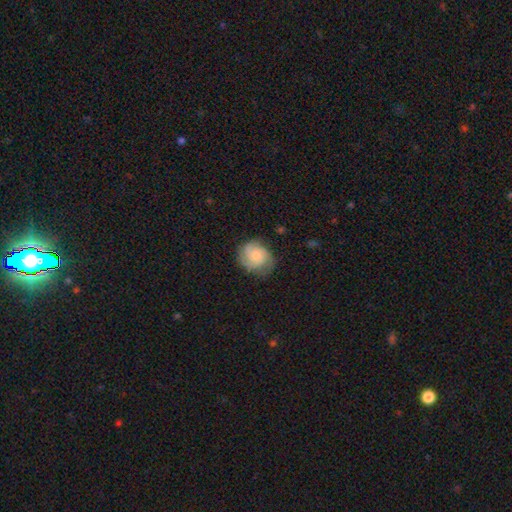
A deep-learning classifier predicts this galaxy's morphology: A featured or disk galaxy (58%) with no bar (76%), 3 (41%) tight (51%) spiral arms (93%) and a moderate central bulge (45%).

Vote fractions:
- Smooth or featured? featured or disk: 58% / smooth: 35% / star or artifact: 7%
- Edge-on disk? no: 98% / yes: 2%
- Bar? no: 76% / weak: 22% / strong: 3%
- Spiral arms? yes: 93% / no: 7%
- Spiral winding? tight: 51% / medium: 39% / loose: 10%
- Spiral arm count? 3: 41% / 2: 23% / can't tell: 20% / 4: 7% / 1: 4% / more than 4: 4%
- Bulge size? moderate: 45% / small: 41% / large: 6% / none: 6% / dominant: 1%
- Merging? none: 71% / minor disturbance: 21% / major disturbance: 7% / merger: 1%